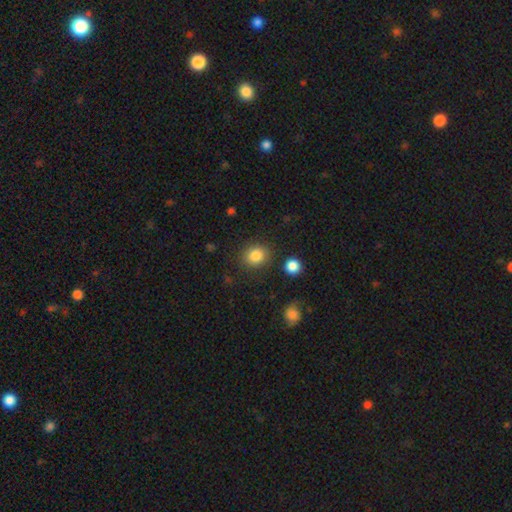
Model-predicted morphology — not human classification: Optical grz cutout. It shows a smooth galaxy with no disk features (85%) that is round (70%). Merging: none (85%).